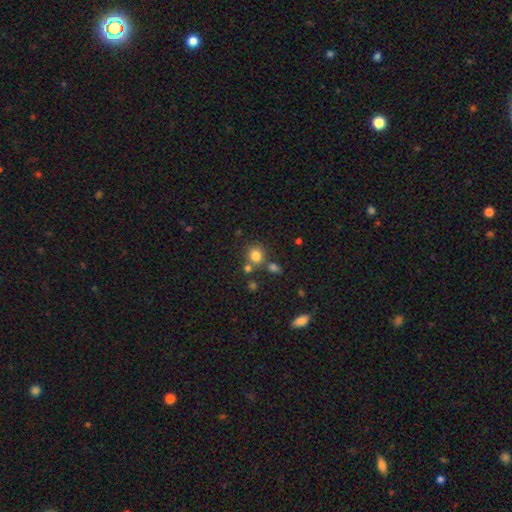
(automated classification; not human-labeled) Q: Smooth or featured?
A: smooth (81%); runner-up: star or artifact (13%)
Q: How rounded?
A: round (80%); runner-up: in between (19%)
Q: Merging?
A: none (67%); runner-up: merger (17%)